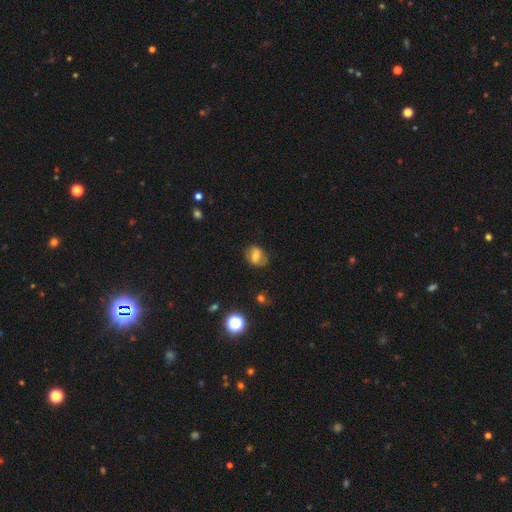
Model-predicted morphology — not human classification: smooth-or-featured: smooth: 59% | featured or disk: 30% | star or artifact: 11%
  how-rounded: in between: 60% | round: 38% | cigar-shaped: 2%
  merging: none: 78% | minor disturbance: 16% | major disturbance: 5% | merger: 1%